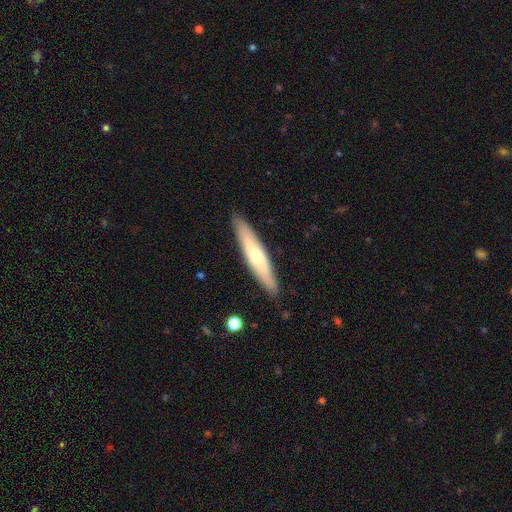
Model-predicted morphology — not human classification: Overall: featured or disk (50%; smooth 44%). Merging: none (89%).